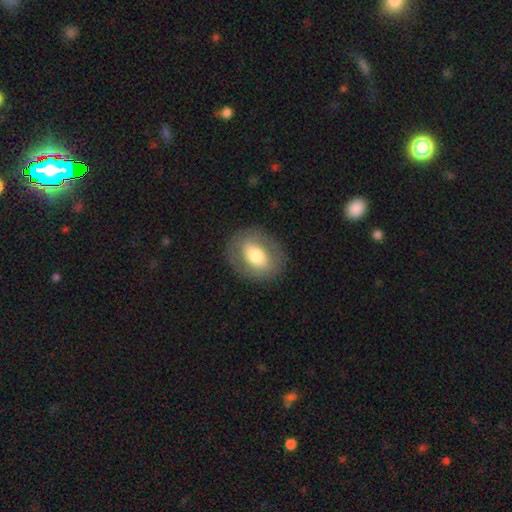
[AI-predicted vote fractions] The model was most divided on "how rounded": in between: 51%, round: 47%, cigar-shaped: 1%. More confident: merging — none (84%); smooth or featured — smooth (58%).